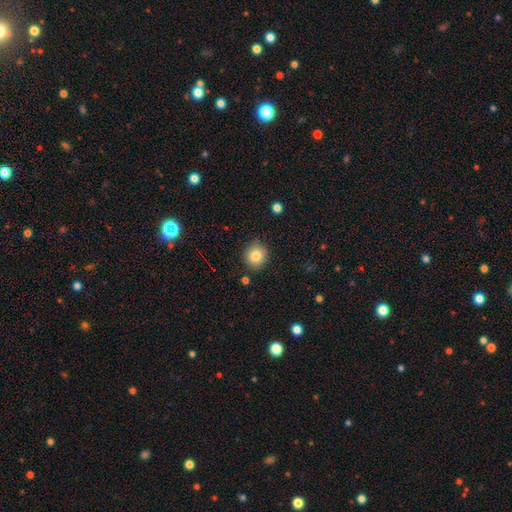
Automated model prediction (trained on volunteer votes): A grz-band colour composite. It shows a smooth galaxy with no disk features (83%) that is round (89%). Merging: none (87%).